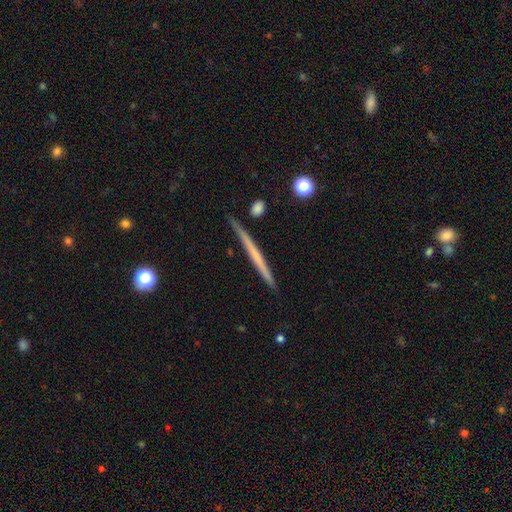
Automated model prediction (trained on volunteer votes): This appears to be a featured or disk galaxy (55%) viewed edge-on (98%) with no central bulge (88%). Merging: none (89%).